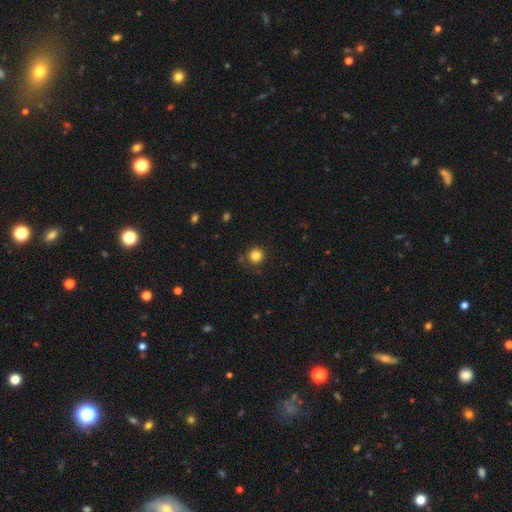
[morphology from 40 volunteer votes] Q: Smooth or featured?
A: smooth (82%); runner-up: star or artifact (12%)
Q: How rounded?
A: round (100%)
Q: Merging?
A: none (94%); runner-up: minor disturbance (6%)